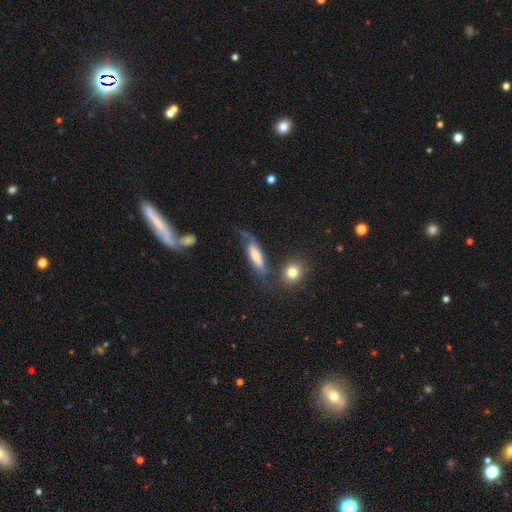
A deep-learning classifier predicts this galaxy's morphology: Smooth or featured? featured or disk (54%)
Edge-on disk? no (67%)
Merging? none (45%)